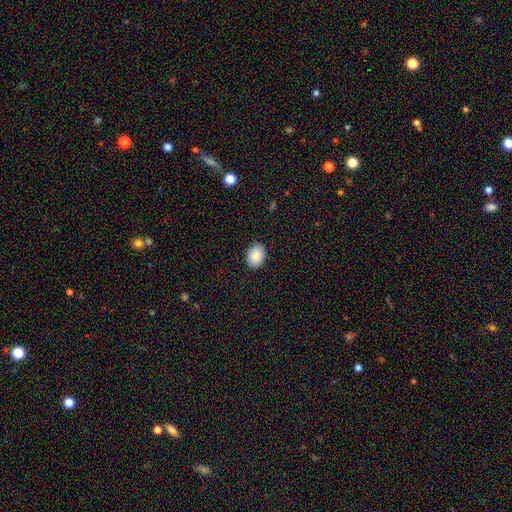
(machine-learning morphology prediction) Smooth or featured? smooth (87%)
How rounded? in between (68%)
Merging? none (90%)